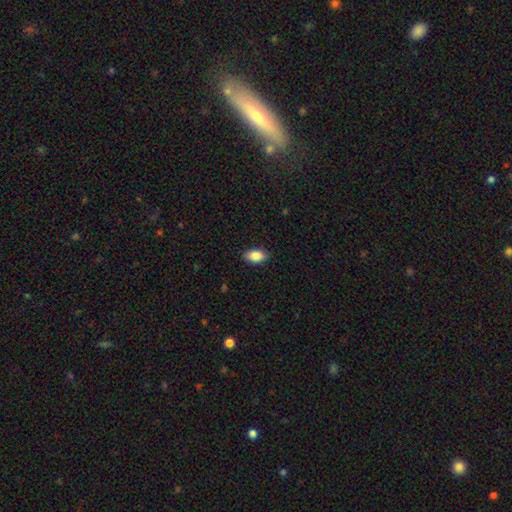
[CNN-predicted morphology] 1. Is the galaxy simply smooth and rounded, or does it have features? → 87% smooth, 7% star or artifact, 6% featured or disk.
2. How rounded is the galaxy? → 91% in between, 6% round, 3% cigar-shaped.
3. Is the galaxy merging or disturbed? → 87% none, 10% minor disturbance, 2% major disturbance, 1% merger.